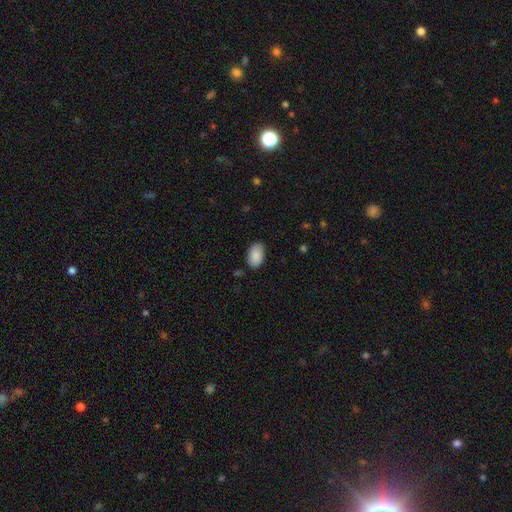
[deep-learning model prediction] The model was most divided on "merging": none: 83%, minor disturbance: 13%, major disturbance: 3%, merger: 1%. More confident: how rounded — in between (92%); smooth or featured — smooth (90%).